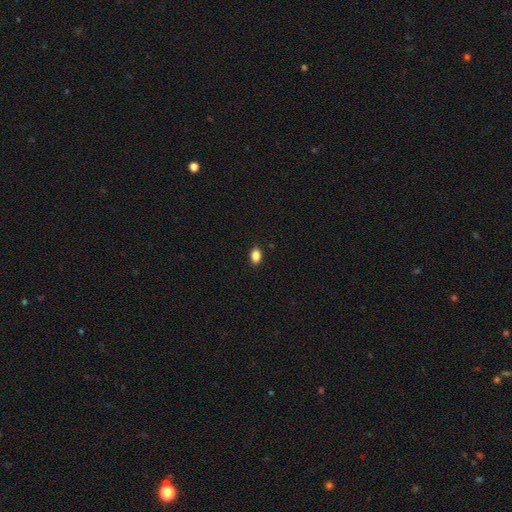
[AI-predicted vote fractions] smooth 86%, star or artifact 9%, featured or disk 4%. Down the decision tree: how rounded — in between (83%); merging — none (89%).